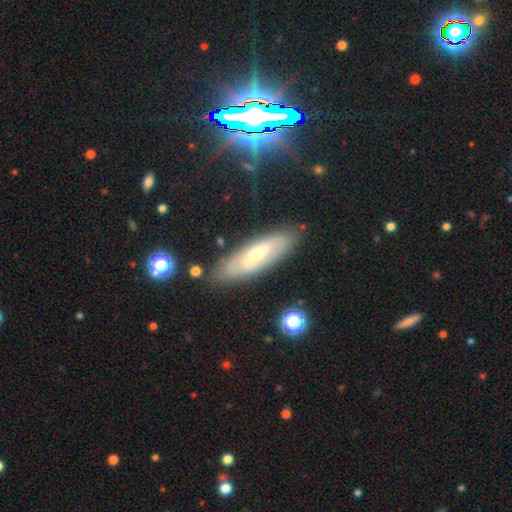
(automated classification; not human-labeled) Q: Smooth or featured?
A: featured or disk (56%); runner-up: smooth (37%)
Q: Edge-on disk?
A: no (68%); runner-up: yes (32%)
Q: Merging?
A: none (82%); runner-up: minor disturbance (13%)